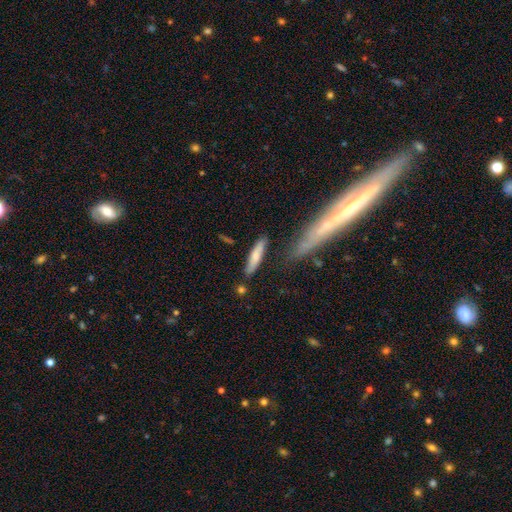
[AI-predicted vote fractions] Smooth or featured?
  - smooth: 68% *
  - featured or disk: 26%
  - star or artifact: 6%
How rounded?
  - cigar-shaped: 78% *
  - in between: 20%
  - round: 2%
Merging?
  - none: 77% *
  - minor disturbance: 14%
  - merger: 6%
  - major disturbance: 3%